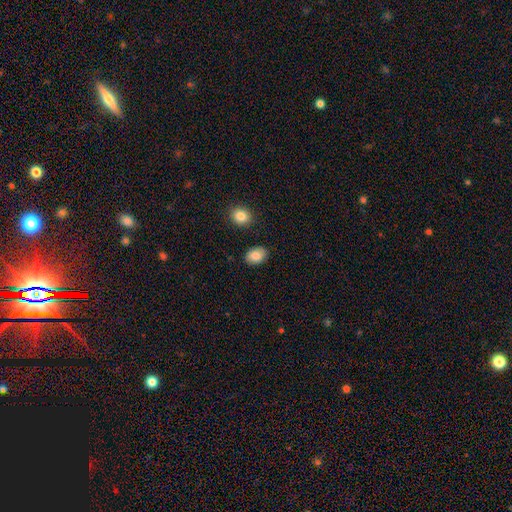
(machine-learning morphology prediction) A smooth galaxy with no disk features (86%) that is in between round and cigar-shaped (76%). Merging: none (85%).